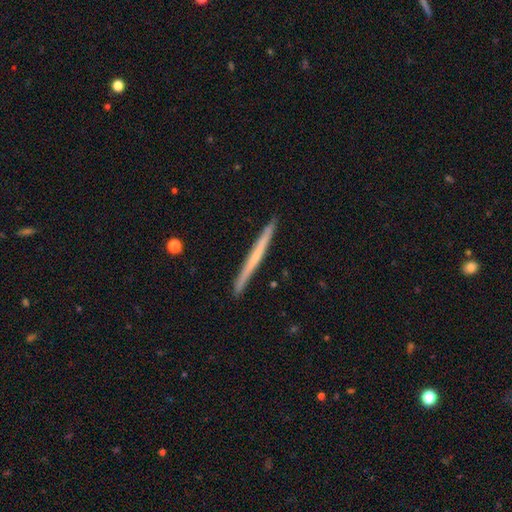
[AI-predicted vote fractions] This is possibly a featured or disk galaxy (51%). It is clearly viewed edge-on (98%). Merging: clearly none (92%).